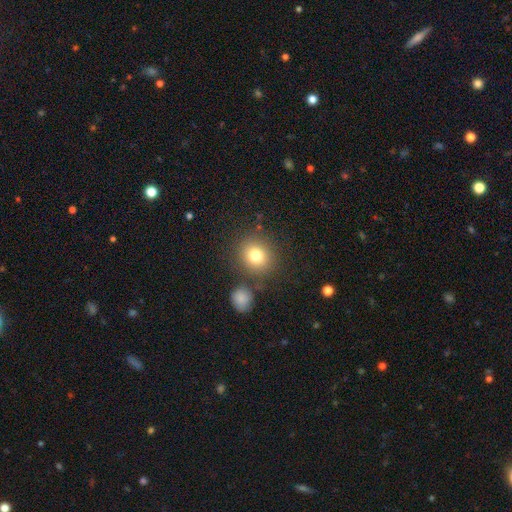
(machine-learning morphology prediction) Smooth or featured: smooth — 79% (star or artifact — 12%)
How rounded: round — 84% (in between — 15%)
Merging: none — 80% (minor disturbance — 9%)